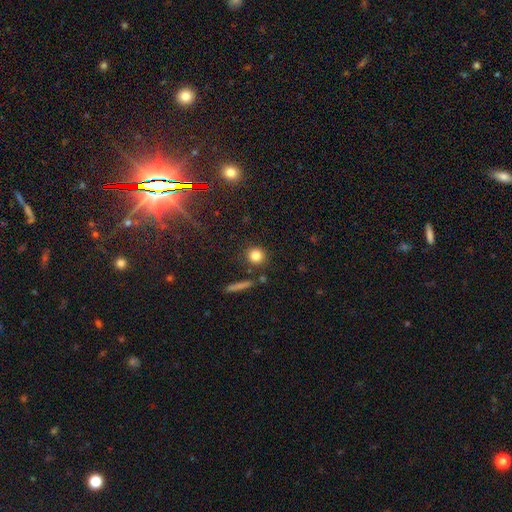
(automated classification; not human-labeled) Smooth or featured?
  - smooth: 81% *
  - star or artifact: 12%
  - featured or disk: 8%
How rounded?
  - round: 91% *
  - in between: 8%
  - cigar-shaped: 2%
Merging?
  - none: 85% *
  - minor disturbance: 7%
  - merger: 5%
  - major disturbance: 3%